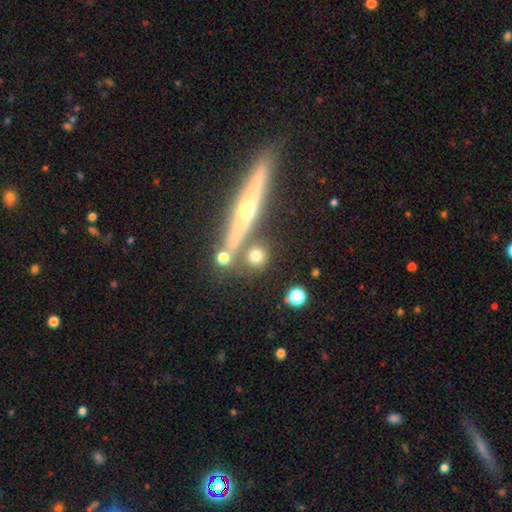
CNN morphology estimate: A smooth galaxy with no disk features (69%) that is round (81%). Merging: none (71%).